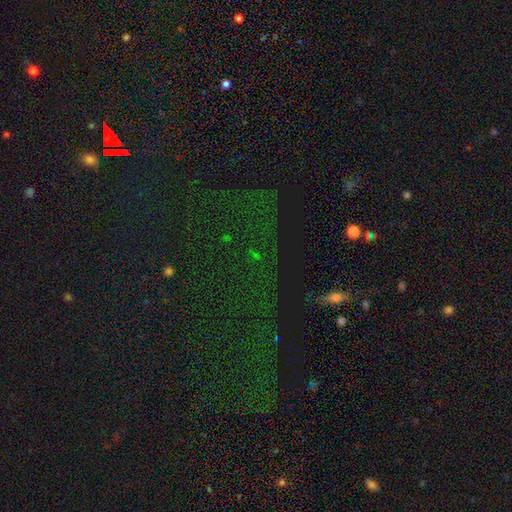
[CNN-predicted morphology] The model was most divided on "smooth or featured": star or artifact: 73%, smooth: 16%, featured or disk: 11%.